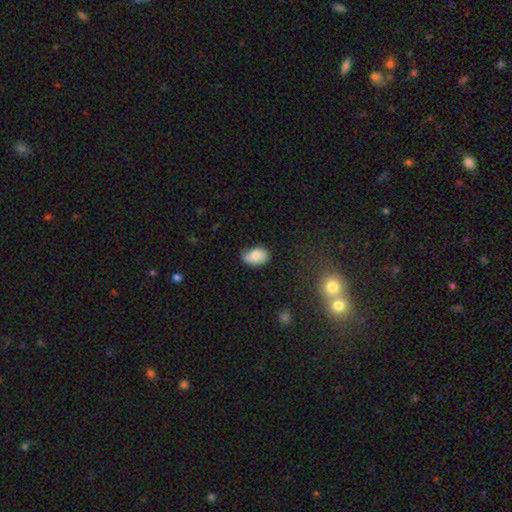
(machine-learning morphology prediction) The model was most divided on "smooth or featured": smooth: 55%, featured or disk: 36%, star or artifact: 9%. More confident: how rounded — in between (80%); merging — none (58%).